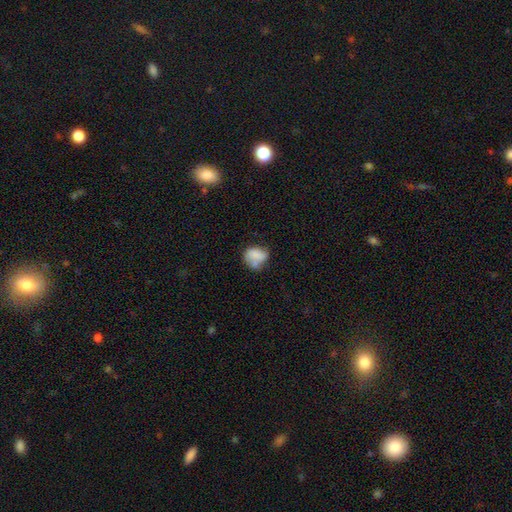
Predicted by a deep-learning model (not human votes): Smooth or featured?
  - smooth: 74% *
  - featured or disk: 17%
  - star or artifact: 9%
How rounded?
  - in between: 53% *
  - round: 46%
  - cigar-shaped: 1%
Merging?
  - none: 38% *
  - minor disturbance: 28%
  - merger: 21%
  - major disturbance: 14%